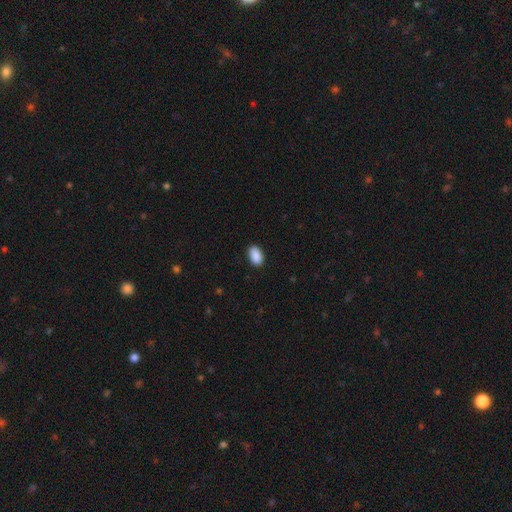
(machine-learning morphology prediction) Smooth or featured: smooth — 91% (star or artifact — 7%)
How rounded: in between — 93% (round — 6%)
Merging: none — 88% (minor disturbance — 9%)